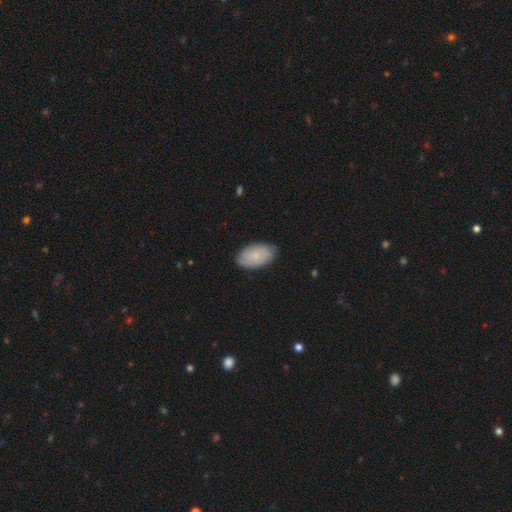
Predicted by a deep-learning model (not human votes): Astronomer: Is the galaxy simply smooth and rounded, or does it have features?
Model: smooth — 76%.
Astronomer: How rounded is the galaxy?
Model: in between — 94%.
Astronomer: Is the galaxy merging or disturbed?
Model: none — 83%.